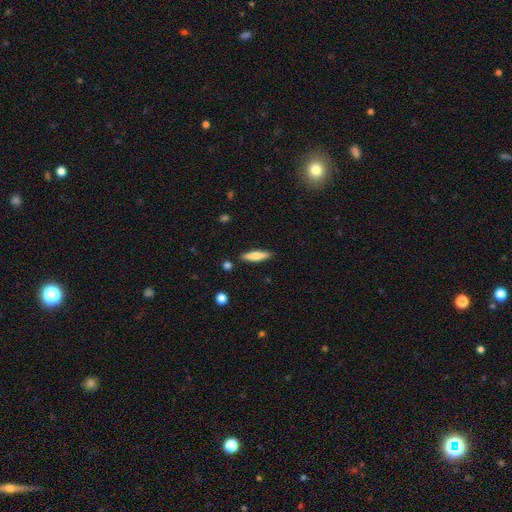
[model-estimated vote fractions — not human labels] smooth-or-featured: smooth: 69% | featured or disk: 25% | star or artifact: 6%
  how-rounded: cigar-shaped: 74% | in between: 24% | round: 2%
  merging: none: 88% | minor disturbance: 8% | merger: 2% | major disturbance: 2%